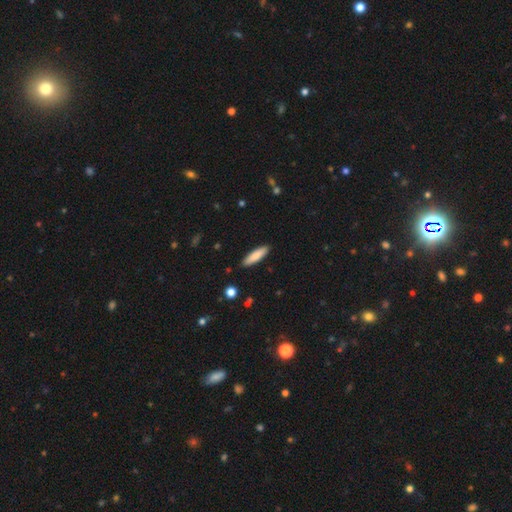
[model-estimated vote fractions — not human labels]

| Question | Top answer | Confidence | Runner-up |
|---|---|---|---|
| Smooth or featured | smooth | 82% | featured or disk (12%) |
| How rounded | cigar-shaped | 68% | in between (31%) |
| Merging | none | 89% | minor disturbance (8%) |